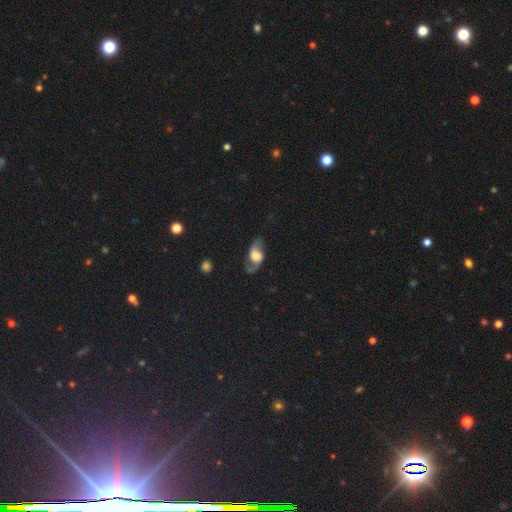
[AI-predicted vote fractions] This appears to be a featured or disk galaxy (65%) with no bar (55%), 2 (88%) loose (58%) spiral arms (87%) and a large central bulge (53%). Merging: none (64%).